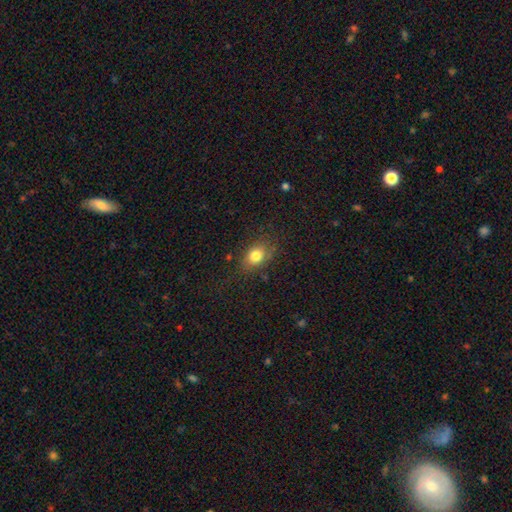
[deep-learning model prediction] Smooth or featured? Predicted: smooth (p=0.80). How rounded? Predicted: in between (p=0.66). Merging? Predicted: none (p=0.75).